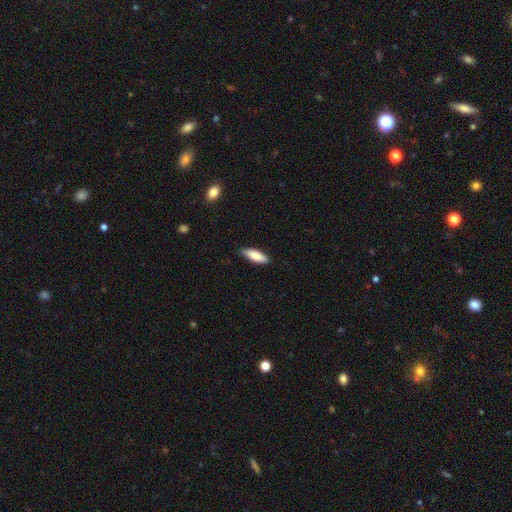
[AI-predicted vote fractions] Smooth or featured? smooth (82%)
How rounded? in between (58%)
Merging? none (84%)